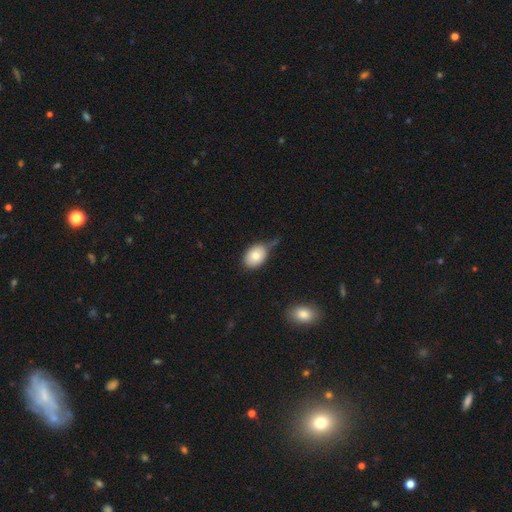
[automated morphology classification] smooth 83%, featured or disk 10%, star or artifact 7%. Down the decision tree: how rounded — in between (75%); merging — none (47%).